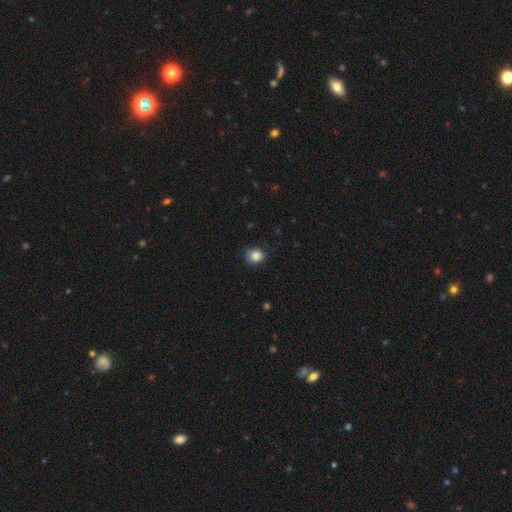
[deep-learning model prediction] This appears to be a smooth galaxy with no disk features (86%) that is round (82%). Merging: none (79%).